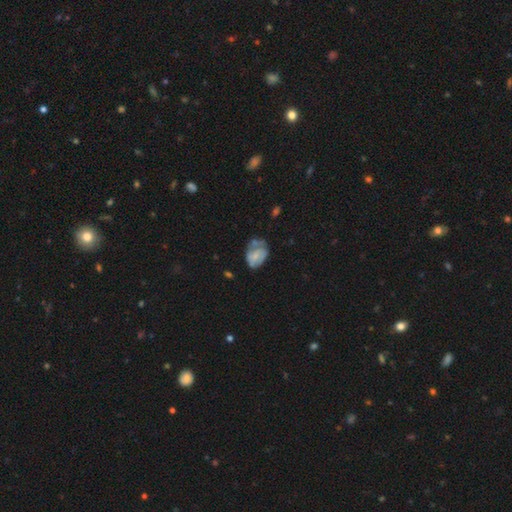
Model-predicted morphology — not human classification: This appears to be a featured or disk galaxy (52%) with no bar (60%), spiral arms (65%) and a small central bulge (47%). Merging: none (35%).